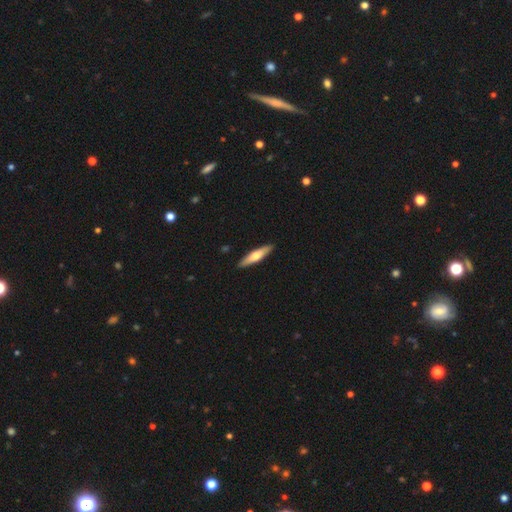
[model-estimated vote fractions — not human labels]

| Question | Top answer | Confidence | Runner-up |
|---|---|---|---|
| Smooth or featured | smooth | 53% | featured or disk (42%) |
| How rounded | cigar-shaped | 80% | in between (18%) |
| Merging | none | 91% | minor disturbance (7%) |